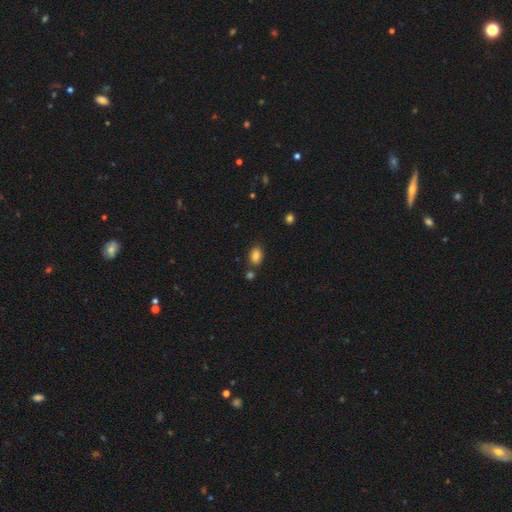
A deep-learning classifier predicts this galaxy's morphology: Overall: smooth (84%). How rounded: in between (81%). Merging: none (76%).